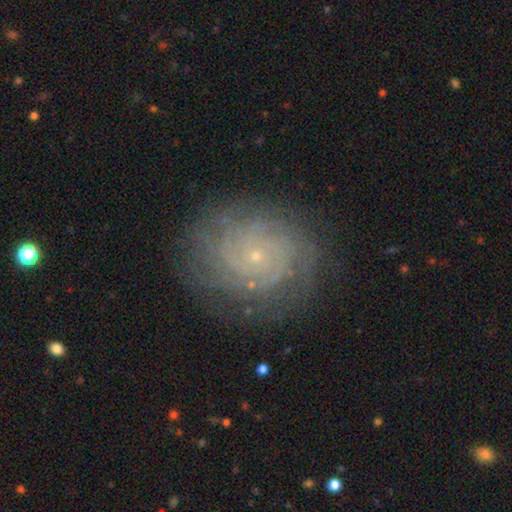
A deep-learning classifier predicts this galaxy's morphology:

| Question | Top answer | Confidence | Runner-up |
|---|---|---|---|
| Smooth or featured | featured or disk | 79% | smooth (12%) |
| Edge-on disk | no | 98% | yes (2%) |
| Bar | no | 83% | weak (14%) |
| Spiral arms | yes | 95% | no (5%) |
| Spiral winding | tight | 78% | medium (17%) |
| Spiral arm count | can't tell | 36% | 2 (17%) |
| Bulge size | small | 89% | moderate (7%) |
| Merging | none | 82% | minor disturbance (12%) |